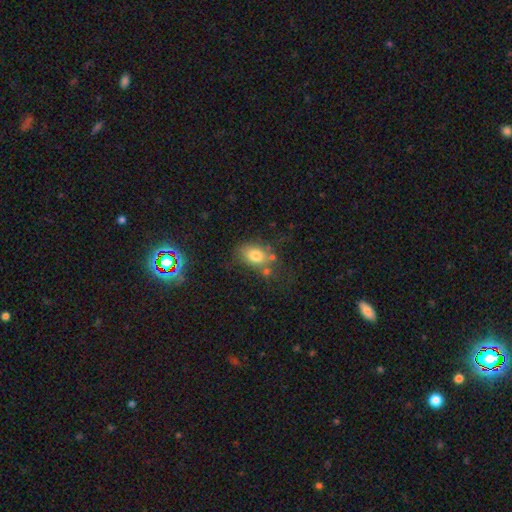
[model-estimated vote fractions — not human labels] Overall: smooth (76%). How rounded: in between (72%). Merging: none (57%; minor disturbance 21%).